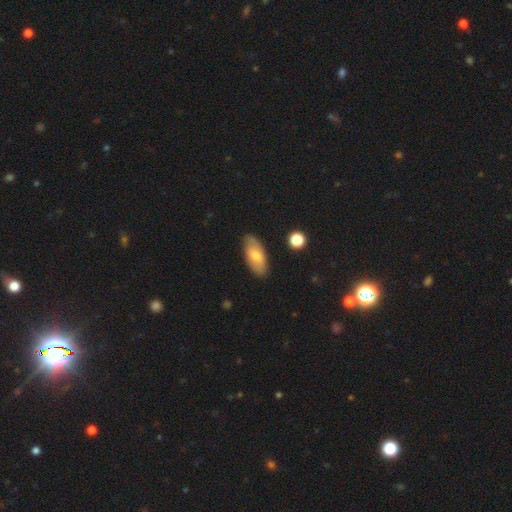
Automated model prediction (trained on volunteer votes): smooth 65%, featured or disk 28%, star or artifact 7%. Down the decision tree: how rounded — in between (88%); merging — none (83%).